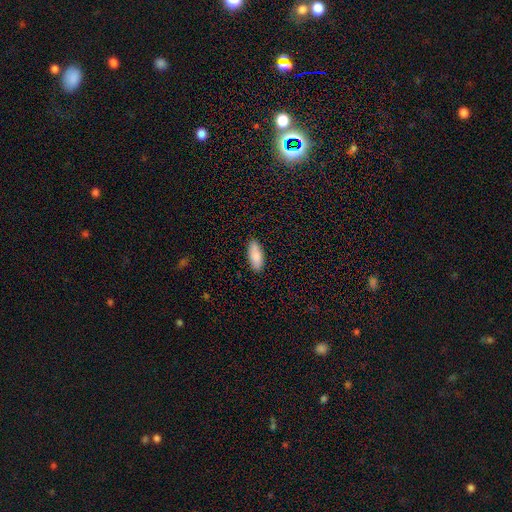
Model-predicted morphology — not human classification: type=smooth (85%); roundness=in between (80%); merging=none (88%).